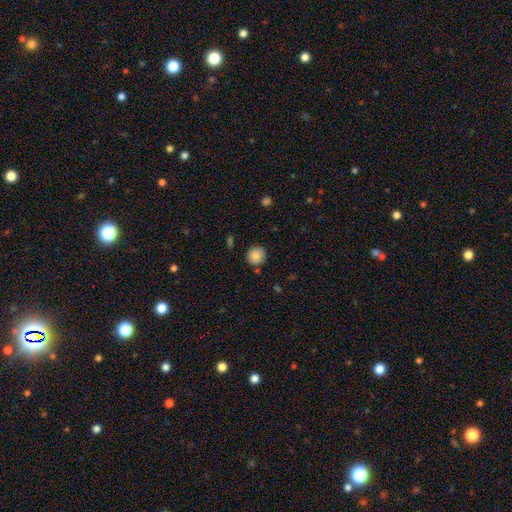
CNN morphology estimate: This appears to be a smooth galaxy with no disk features (84%) that is round (91%). Merging: none (85%).